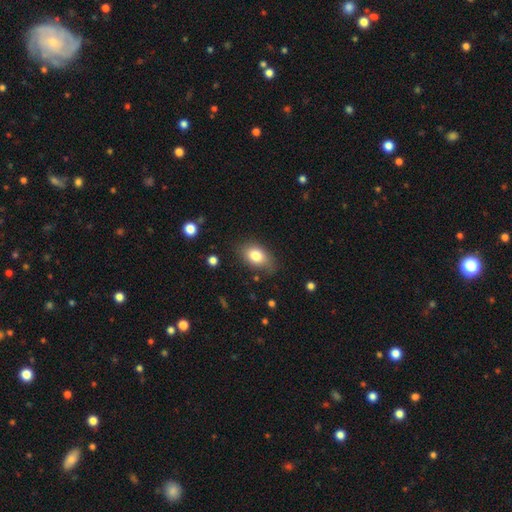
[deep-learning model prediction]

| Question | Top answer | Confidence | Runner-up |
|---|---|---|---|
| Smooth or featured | smooth | 80% | featured or disk (11%) |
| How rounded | in between | 84% | round (15%) |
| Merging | none | 76% | minor disturbance (18%) |